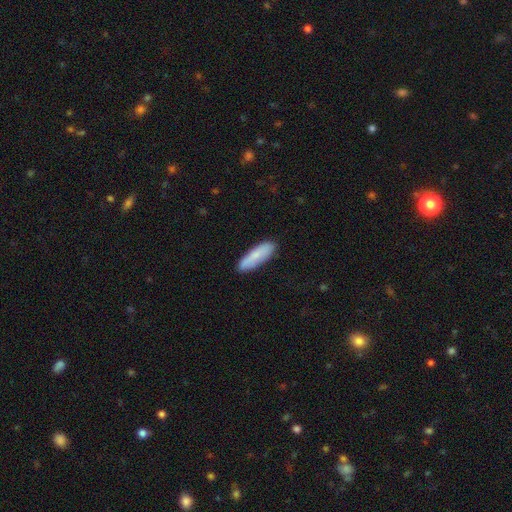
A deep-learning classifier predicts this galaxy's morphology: smooth-or-featured: smooth: 77% | featured or disk: 18% | star or artifact: 6%
  how-rounded: cigar-shaped: 56% | in between: 42% | round: 2%
  merging: none: 86% | minor disturbance: 11% | major disturbance: 2% | merger: 1%